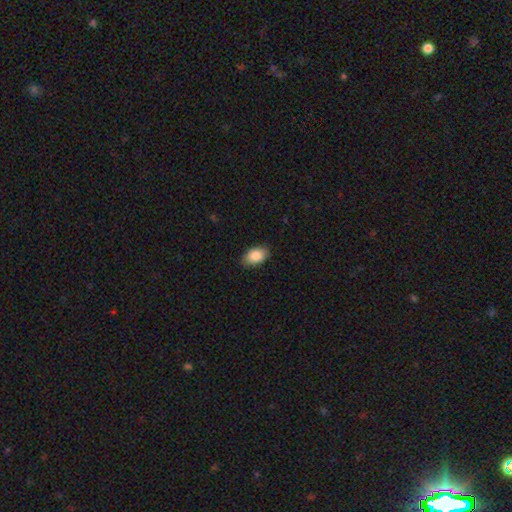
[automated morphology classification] This appears to be a smooth galaxy with no disk features (89%) that is in between round and cigar-shaped (91%). Merging: none (86%).